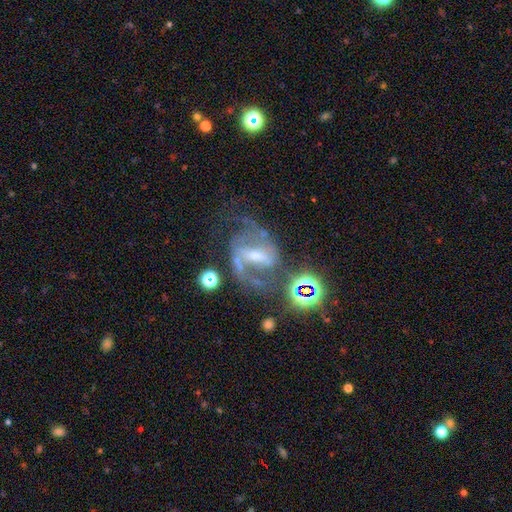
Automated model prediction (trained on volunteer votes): Smooth or featured?
  - featured or disk: 82% *
  - star or artifact: 12%
  - smooth: 6%
Edge-on disk?
  - no: 96% *
  - yes: 4%
Bar?
  - strong: 57% *
  - weak: 32%
  - no: 10%
Spiral arms?
  - yes: 92% *
  - no: 8%
Spiral winding?
  - medium: 57% *
  - loose: 26%
  - tight: 17%
Spiral arm count?
  - 2: 84% *
  - can't tell: 7%
  - 1: 4%
  - 3: 3%
  - 4: 1%
  - more than 4: 1%
Bulge size?
  - moderate: 45% *
  - small: 44%
  - none: 5%
  - large: 5%
  - dominant: 1%
Merging?
  - none: 54% *
  - major disturbance: 20%
  - minor disturbance: 18%
  - merger: 8%